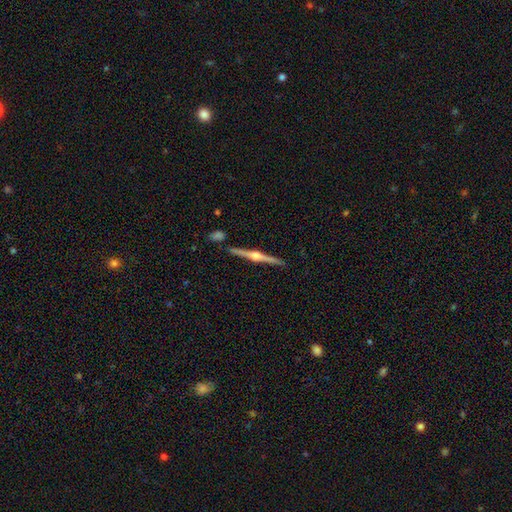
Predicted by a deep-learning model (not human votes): This is clearly a featured or disk galaxy (85%). It is clearly viewed edge-on (99%). Edge-on bulge: clearly rounded (94%). Merging: clearly none (89%).